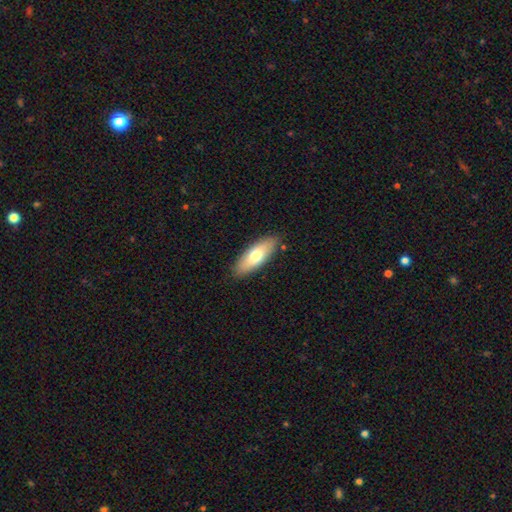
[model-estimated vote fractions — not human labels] smooth 70%, featured or disk 24%, star or artifact 6%. Down the decision tree: how rounded — in between (69%); merging — none (87%).